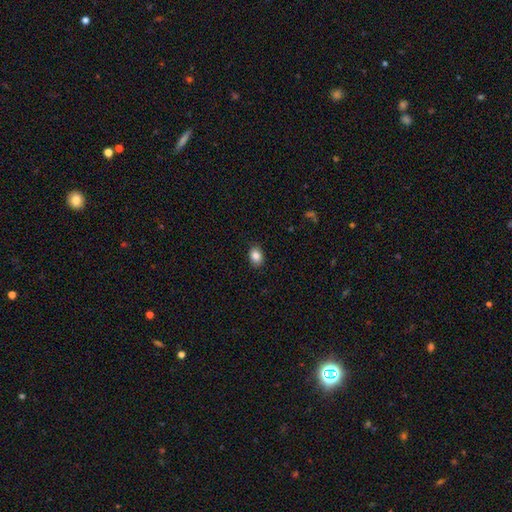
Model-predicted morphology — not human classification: smooth-or-featured: smooth: 85% | star or artifact: 9% | featured or disk: 6%
  how-rounded: in between: 73% | round: 26% | cigar-shaped: 1%
  merging: none: 88% | minor disturbance: 9% | major disturbance: 2% | merger: 1%